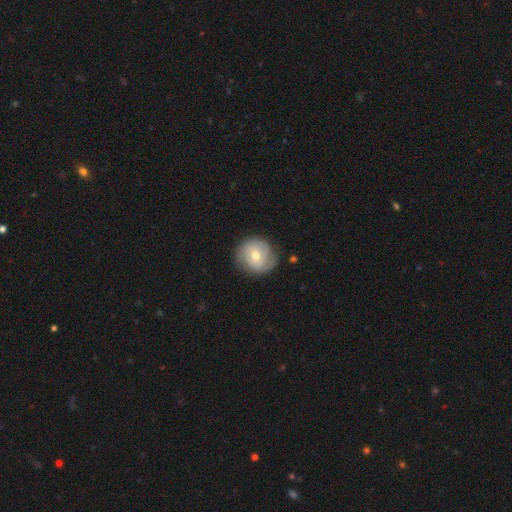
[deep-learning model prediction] The model was most divided on "smooth or featured": featured or disk: 55%, smooth: 38%, star or artifact: 7%. More confident: edge-on disk — no (97%); spiral arms — yes (78%); bar — no (74%); merging — none (72%); bulge size — moderate (61%).